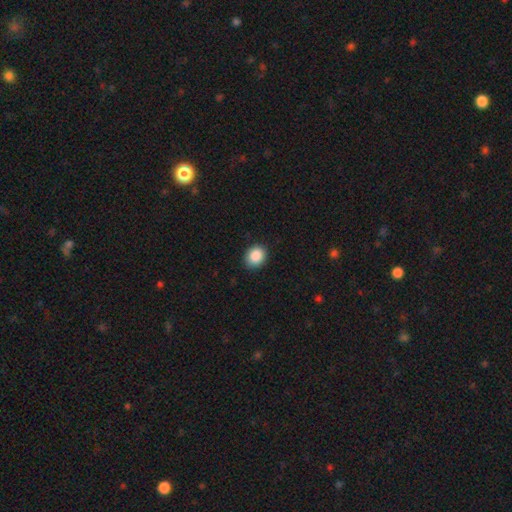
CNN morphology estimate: A smooth galaxy with no disk features (89%) that is round (55%).

Vote fractions:
- Smooth or featured? smooth: 89% / star or artifact: 8% / featured or disk: 3%
- How rounded? round: 55% / in between: 44% / cigar-shaped: 1%
- Merging? none: 87% / minor disturbance: 10% / major disturbance: 2% / merger: 1%